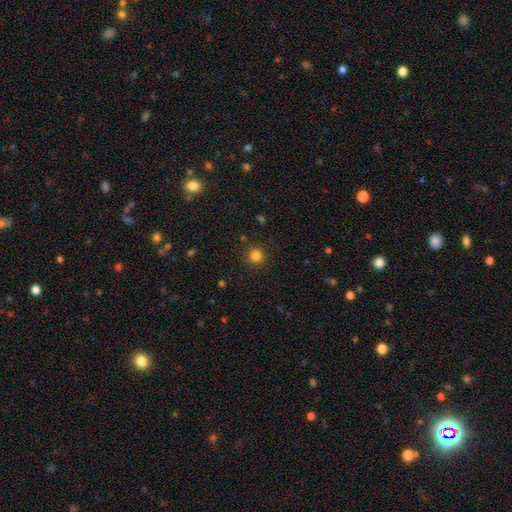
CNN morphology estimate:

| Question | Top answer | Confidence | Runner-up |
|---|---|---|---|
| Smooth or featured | smooth | 83% | star or artifact (13%) |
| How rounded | round | 94% | in between (6%) |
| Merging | none | 89% | minor disturbance (7%) |